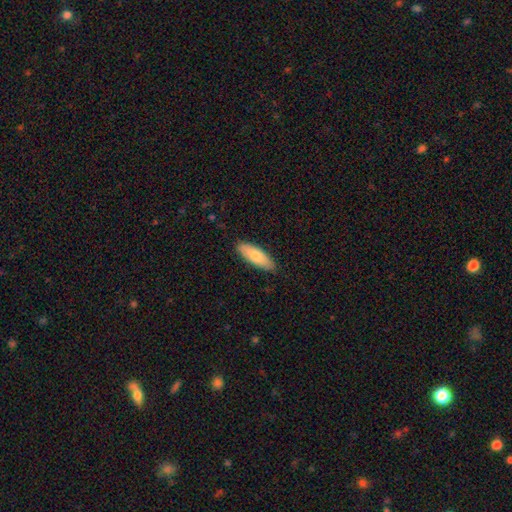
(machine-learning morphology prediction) Smooth or featured?
  - smooth: 78% *
  - featured or disk: 17%
  - star or artifact: 6%
How rounded?
  - in between: 60% *
  - cigar-shaped: 38%
  - round: 2%
Merging?
  - none: 87% *
  - minor disturbance: 10%
  - major disturbance: 2%
  - merger: 1%